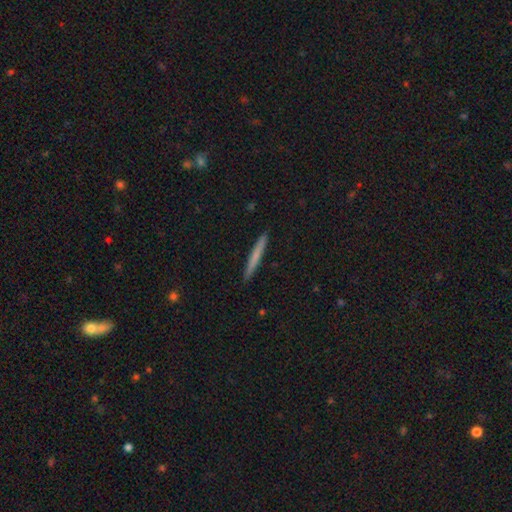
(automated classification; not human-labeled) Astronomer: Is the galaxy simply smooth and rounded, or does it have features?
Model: smooth — 66%.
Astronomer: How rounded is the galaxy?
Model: cigar-shaped — 97%.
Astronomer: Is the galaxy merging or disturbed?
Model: none — 92%.